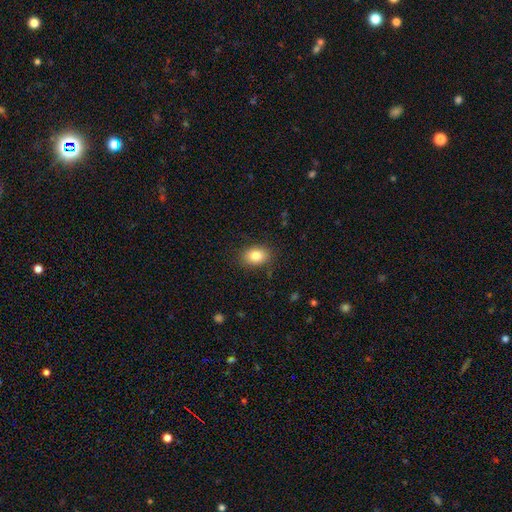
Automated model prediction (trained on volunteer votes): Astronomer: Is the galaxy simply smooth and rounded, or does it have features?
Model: smooth — 83%.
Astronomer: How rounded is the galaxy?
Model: in between — 77%.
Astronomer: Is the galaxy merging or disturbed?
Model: none — 87%.